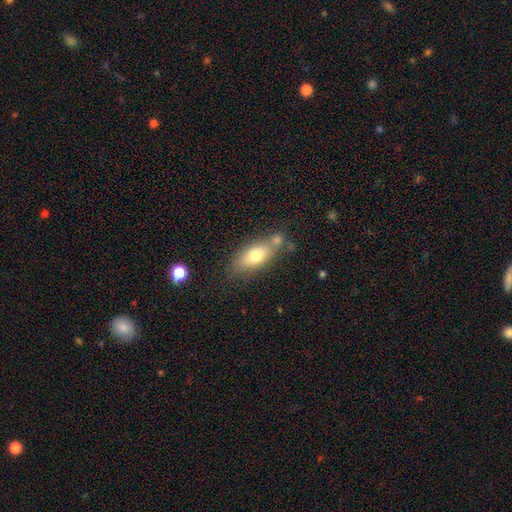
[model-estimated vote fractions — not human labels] Smooth or featured? smooth (70%)
How rounded? in between (74%)
Merging? none (55%)